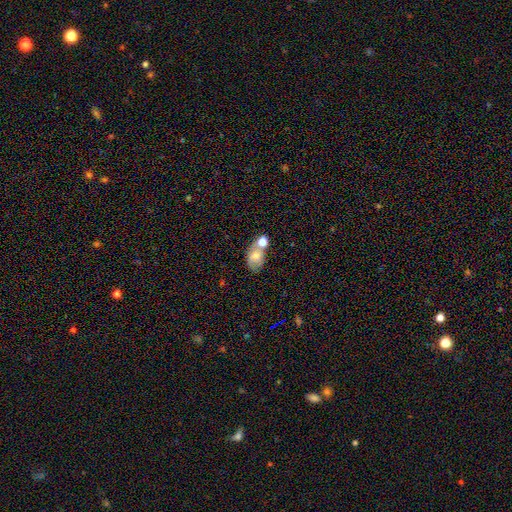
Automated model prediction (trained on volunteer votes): Smooth or featured?
  - smooth: 63% *
  - featured or disk: 25%
  - star or artifact: 12%
How rounded?
  - in between: 79% *
  - round: 19%
  - cigar-shaped: 2%
Merging?
  - none: 38% *
  - merger: 35%
  - minor disturbance: 18%
  - major disturbance: 9%